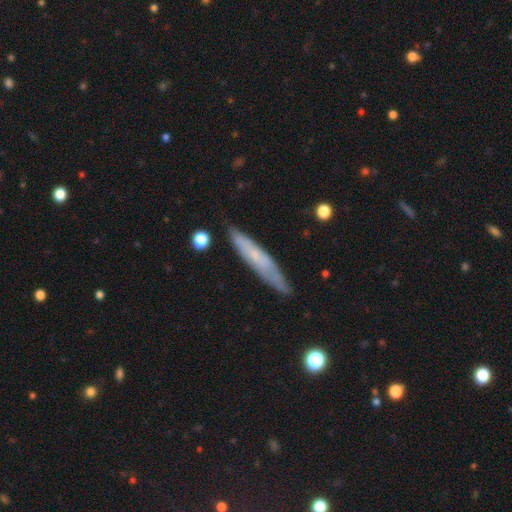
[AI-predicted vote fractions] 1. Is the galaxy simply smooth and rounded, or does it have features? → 47% smooth, 46% featured or disk, 6% star or artifact.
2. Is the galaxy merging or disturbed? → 82% none, 14% minor disturbance, 2% major disturbance, 2% merger.